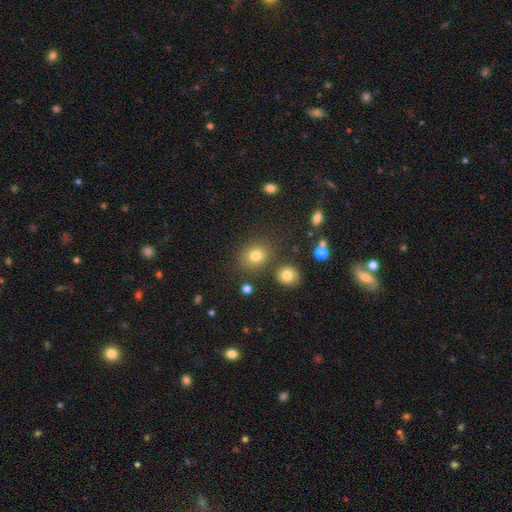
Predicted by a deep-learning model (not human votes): Smooth or featured? smooth (79%)
How rounded? round (67%)
Merging? none (79%)